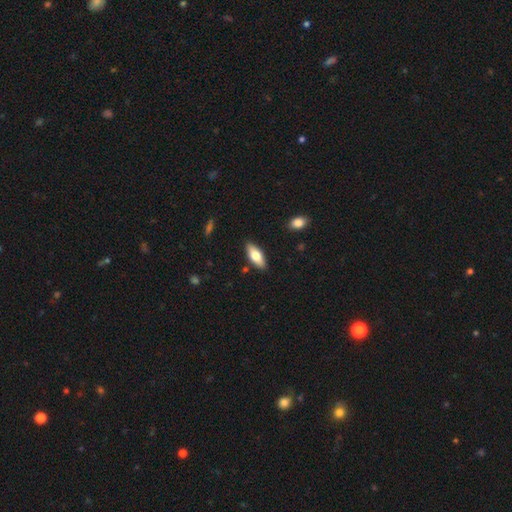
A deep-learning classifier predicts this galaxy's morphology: A smooth galaxy with no disk features (69%) that is in between round and cigar-shaped (77%). Merging: none (87%).